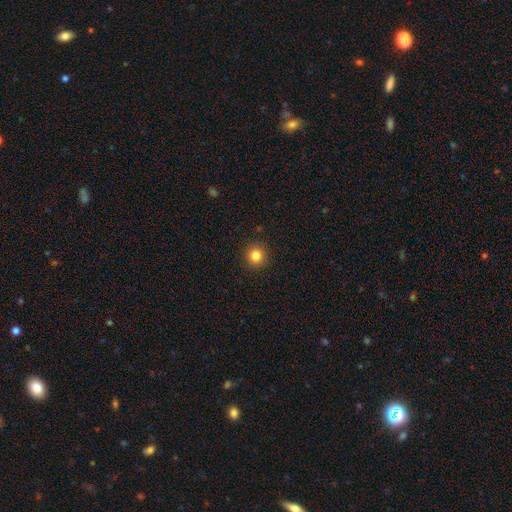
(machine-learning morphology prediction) The model was most divided on "smooth or featured": smooth: 84%, star or artifact: 11%, featured or disk: 4%. More confident: how rounded — round (93%); merging — none (91%).